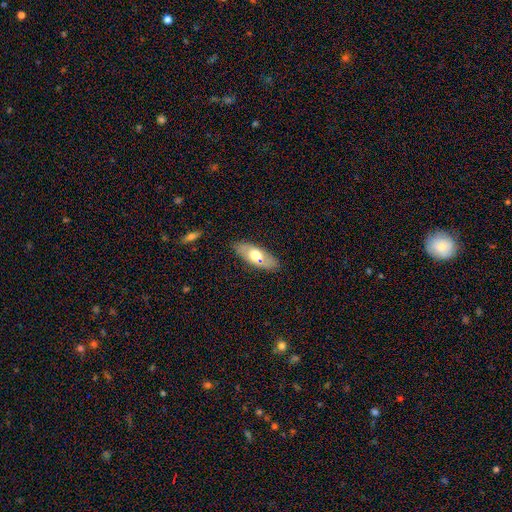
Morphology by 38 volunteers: Smooth or featured? 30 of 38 (79%) said smooth. How rounded? 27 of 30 (90%) said in between. Merging? 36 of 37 (97%) said none.